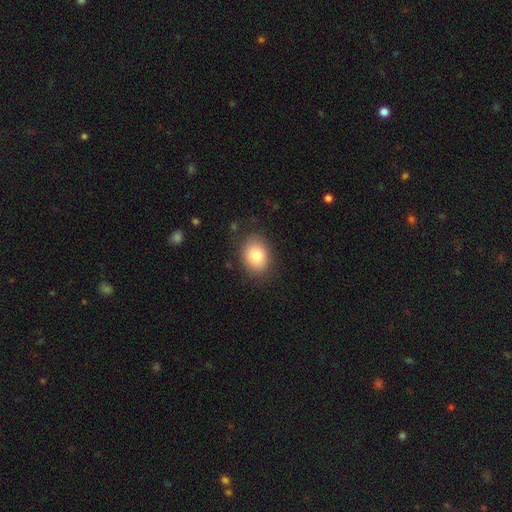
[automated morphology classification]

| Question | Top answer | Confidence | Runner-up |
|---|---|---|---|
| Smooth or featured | smooth | 82% | featured or disk (10%) |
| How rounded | in between | 59% | round (40%) |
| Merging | none | 84% | minor disturbance (11%) |